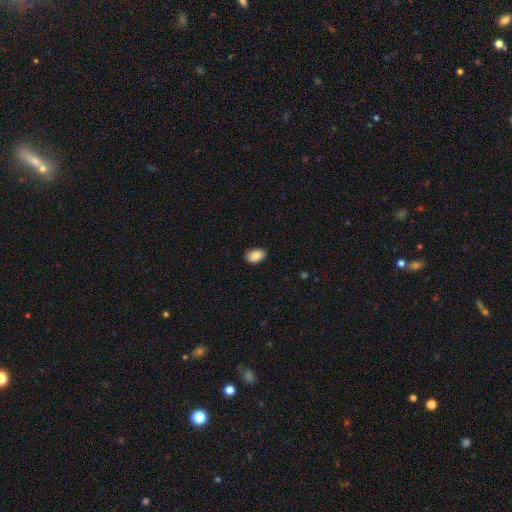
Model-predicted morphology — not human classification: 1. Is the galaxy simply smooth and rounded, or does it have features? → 89% smooth, 7% star or artifact, 4% featured or disk.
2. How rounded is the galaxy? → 89% in between, 10% round, 1% cigar-shaped.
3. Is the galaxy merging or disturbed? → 86% none, 11% minor disturbance, 2% major disturbance, 1% merger.